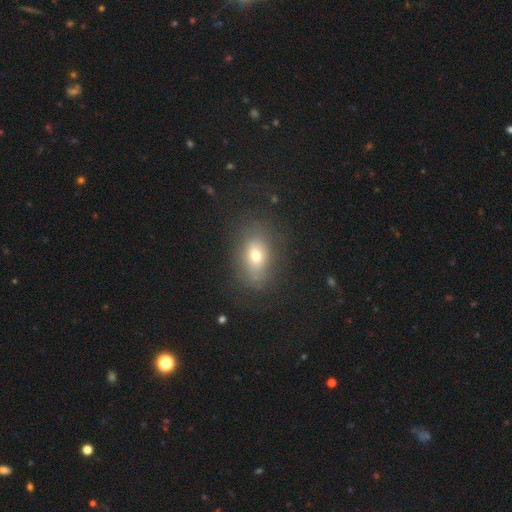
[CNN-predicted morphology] type=smooth (66%); roundness=in between (78%); merging=none (74%).